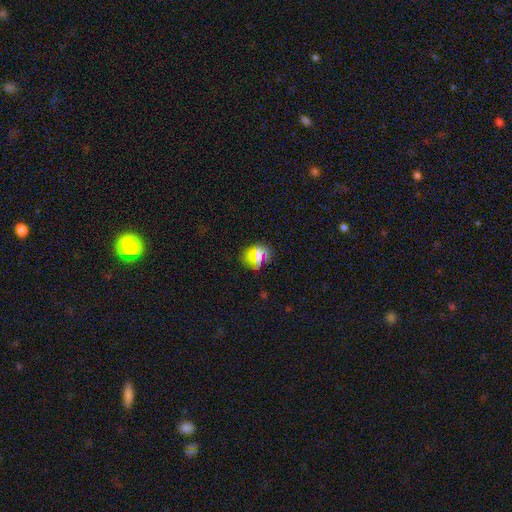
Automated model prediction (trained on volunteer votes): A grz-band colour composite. It shows a smooth galaxy with no disk features (66%) that is round (66%). Merging: none (83%).